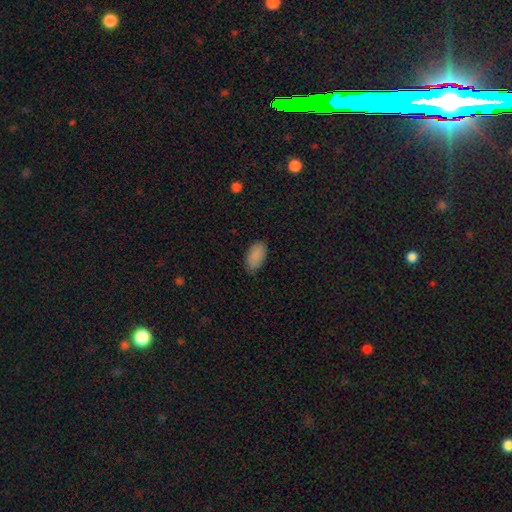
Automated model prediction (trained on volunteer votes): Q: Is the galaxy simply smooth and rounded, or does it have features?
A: smooth — 89%.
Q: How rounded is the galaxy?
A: in between — 95%.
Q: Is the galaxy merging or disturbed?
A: none — 83%.